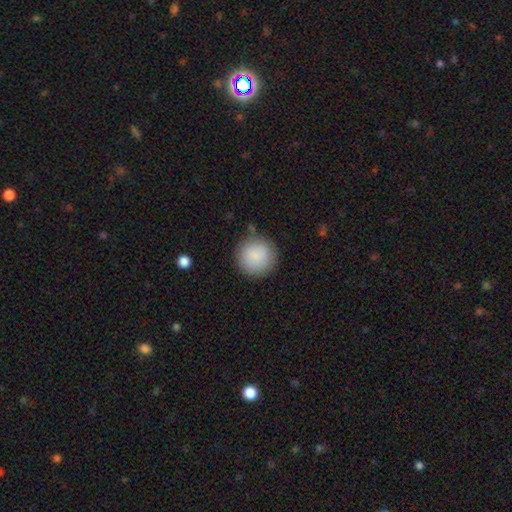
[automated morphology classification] Smooth or featured? smooth (88%)
How rounded? round (95%)
Merging? none (84%)